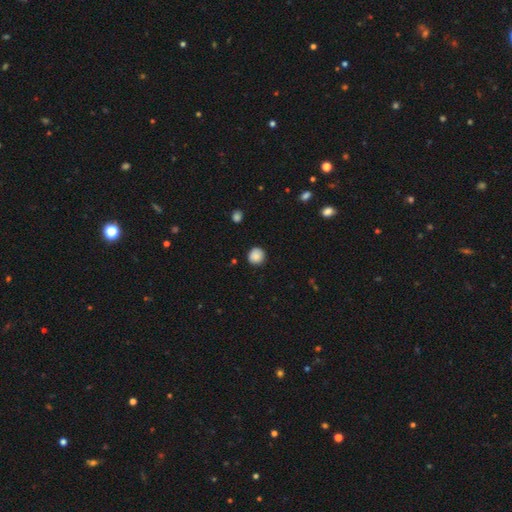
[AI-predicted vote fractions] smooth-or-featured: smooth: 87% | star or artifact: 9% | featured or disk: 4%
  how-rounded: round: 91% | in between: 8% | cigar-shaped: 1%
  merging: none: 88% | minor disturbance: 9% | major disturbance: 2% | merger: 1%